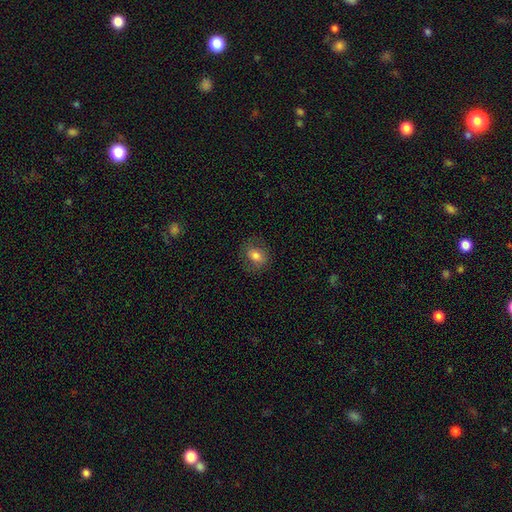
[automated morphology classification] smooth_or_featured: smooth (p=0.73) [alt: featured or disk p=0.16]
how_rounded: in between (p=0.51) [alt: round p=0.48]
merging: none (p=0.78) [alt: minor disturbance p=0.15]